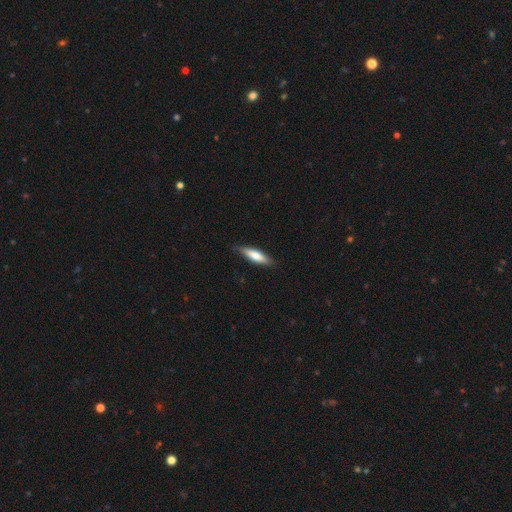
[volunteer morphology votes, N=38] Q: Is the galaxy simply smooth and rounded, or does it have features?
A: smooth — 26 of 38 (68%).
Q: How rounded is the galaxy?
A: cigar-shaped — 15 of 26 (58%).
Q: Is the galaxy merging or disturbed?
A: none — 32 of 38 (84%).